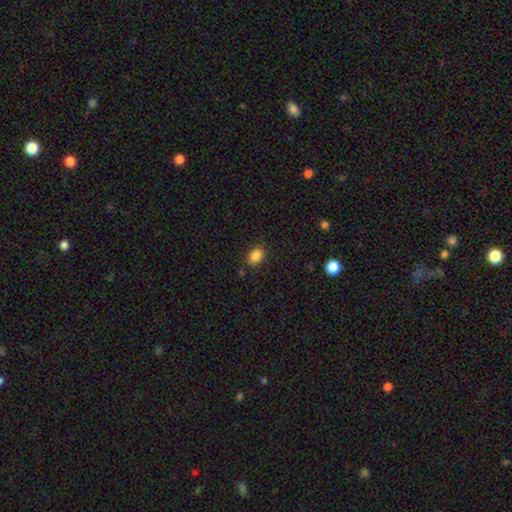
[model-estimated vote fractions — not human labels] smooth_or_featured: smooth (p=0.86) [alt: star or artifact p=0.10]
how_rounded: in between (p=0.68) [alt: round p=0.31]
merging: none (p=0.82) [alt: minor disturbance p=0.13]